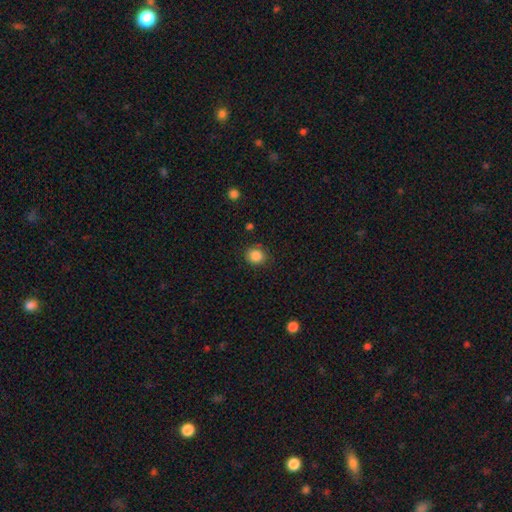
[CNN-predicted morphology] Q: Smooth or featured?
A: smooth (86%); runner-up: star or artifact (10%)
Q: How rounded?
A: round (85%); runner-up: in between (14%)
Q: Merging?
A: none (87%); runner-up: minor disturbance (9%)